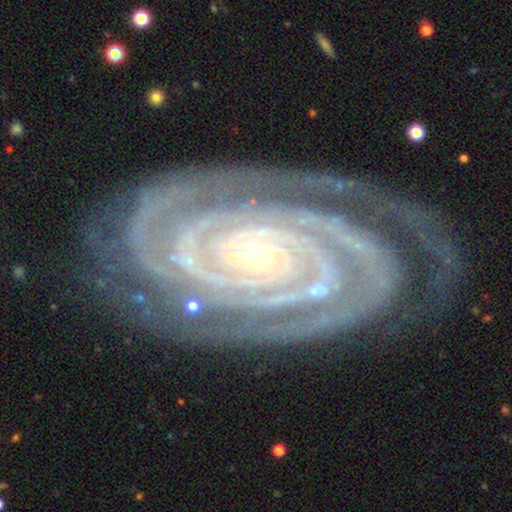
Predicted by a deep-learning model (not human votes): Smooth or featured: featured or disk — 93% (star or artifact — 5%)
Edge-on disk: no — 97% (yes — 3%)
Bar: no — 72% (strong — 14%)
Spiral arms: yes — 99% (no — 1%)
Spiral winding: tight — 90% (medium — 9%)
Spiral arm count: 2 — 56% (3 — 15%)
Bulge size: small — 84% (moderate — 12%)
Merging: none — 81% (minor disturbance — 14%)